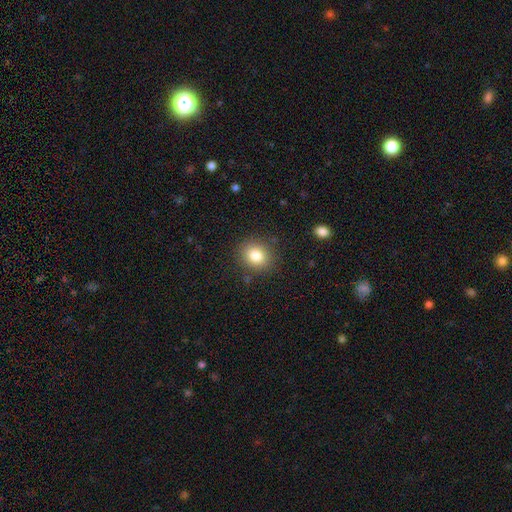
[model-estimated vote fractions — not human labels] smooth_or_featured: smooth (p=0.81) [alt: star or artifact p=0.11]
how_rounded: round (p=0.73) [alt: in between p=0.26]
merging: none (p=0.86) [alt: minor disturbance p=0.09]